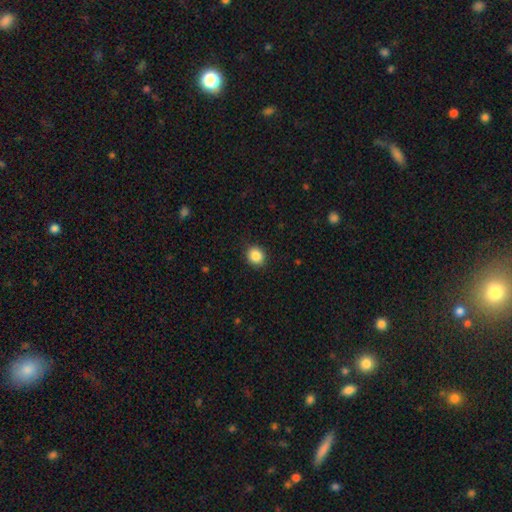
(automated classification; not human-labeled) Smooth or featured? Predicted: smooth (p=0.87). How rounded? Predicted: round (p=0.73). Merging? Predicted: none (p=0.90).